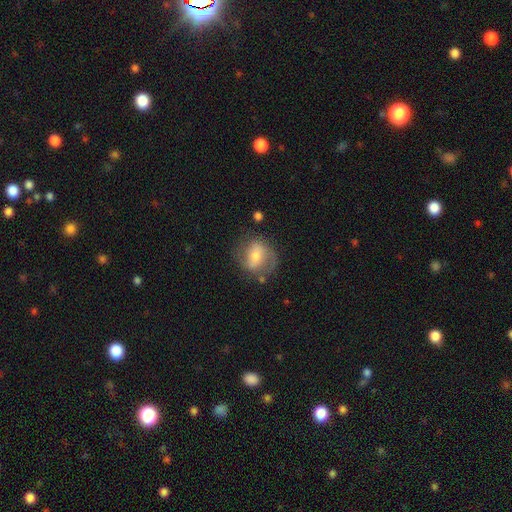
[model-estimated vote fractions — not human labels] Smooth or featured? Predicted: featured or disk (p=0.52). Edge-on disk? Predicted: no (p=0.96). Merging? Predicted: none (p=0.58).